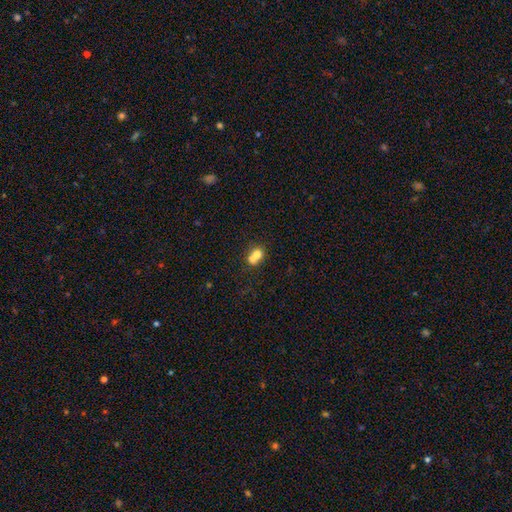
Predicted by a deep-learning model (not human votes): Smooth or featured? Predicted: smooth (p=0.70). How rounded? Predicted: round (p=0.68). Merging? Predicted: merger (p=0.65).